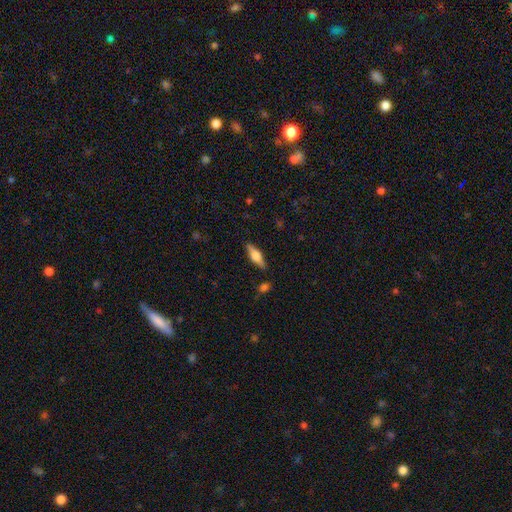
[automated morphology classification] smooth-or-featured: featured or disk: 47% | smooth: 46% | star or artifact: 7%
  merging: none: 86% | minor disturbance: 10% | major disturbance: 2% | merger: 2%